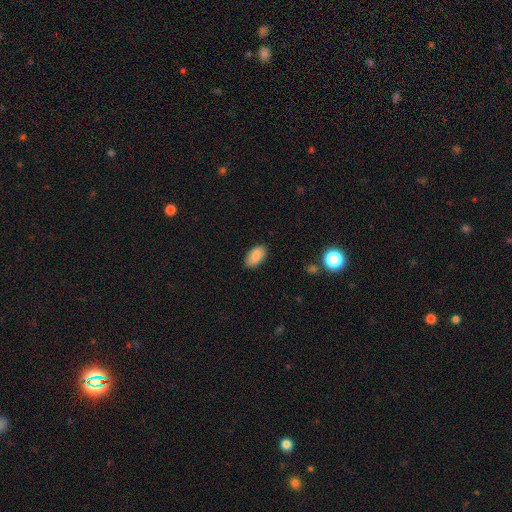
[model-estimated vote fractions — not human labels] smooth_or_featured: smooth (p=0.87) [alt: star or artifact p=0.07]
how_rounded: in between (p=0.94) [alt: round p=0.03]
merging: none (p=0.84) [alt: minor disturbance p=0.12]